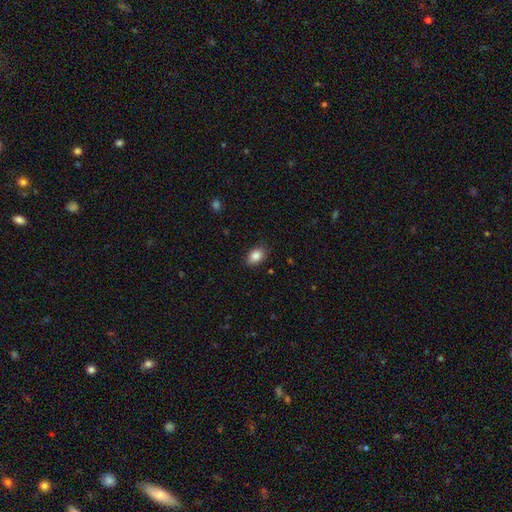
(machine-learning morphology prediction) Q: Smooth or featured?
A: smooth (86%); runner-up: star or artifact (8%)
Q: How rounded?
A: in between (85%); runner-up: round (14%)
Q: Merging?
A: none (84%); runner-up: minor disturbance (12%)